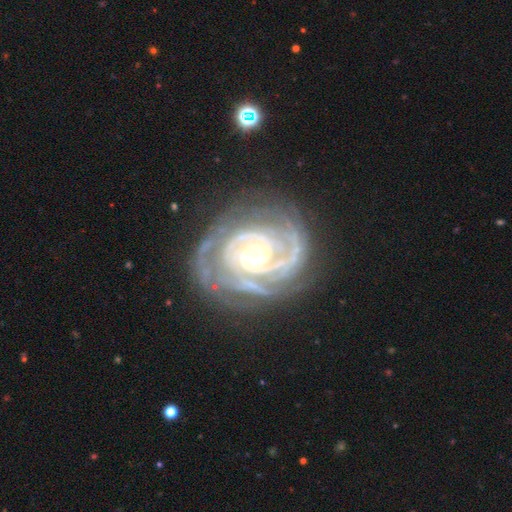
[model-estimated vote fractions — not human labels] The model was most divided on "bar": no: 41%, weak: 38%, strong: 21%. Remaining: spiral arms — yes (98%); edge-on disk — no (97%); smooth or featured — featured or disk (91%); spiral winding — tight (78%); merging — none (73%); bulge size — moderate (55%); spiral arm count — 2 (33%).